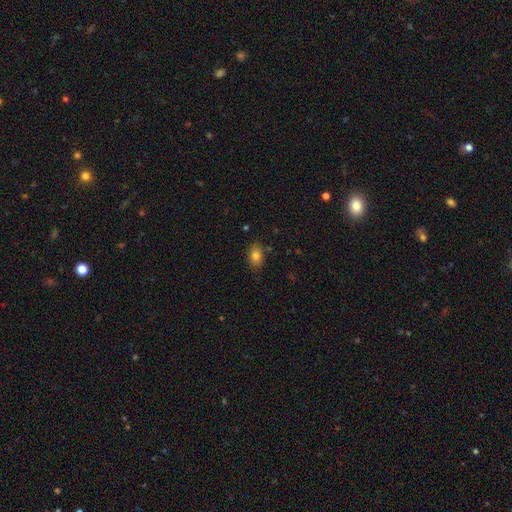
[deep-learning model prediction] Smooth or featured?
  - smooth: 81% *
  - star or artifact: 11%
  - featured or disk: 9%
How rounded?
  - in between: 79% *
  - round: 20%
  - cigar-shaped: 2%
Merging?
  - none: 84% *
  - minor disturbance: 12%
  - major disturbance: 2%
  - merger: 2%